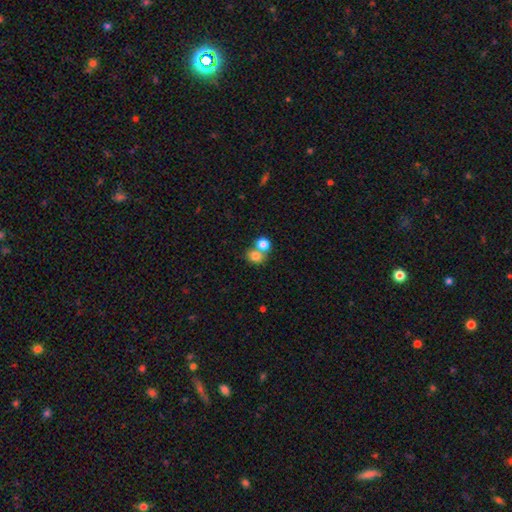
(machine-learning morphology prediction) Q: Smooth or featured?
A: smooth (78%); runner-up: star or artifact (11%)
Q: How rounded?
A: round (69%); runner-up: in between (30%)
Q: Merging?
A: merger (49%); runner-up: none (40%)